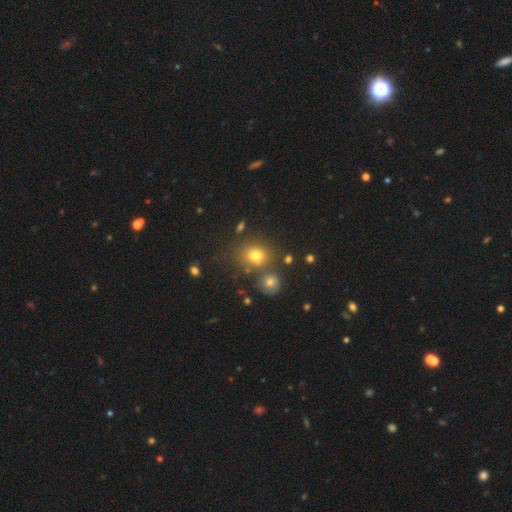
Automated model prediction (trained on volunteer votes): A smooth galaxy with no disk features (73%) that is round (69%).

Vote fractions:
- Smooth or featured? smooth: 73% / star or artifact: 17% / featured or disk: 10%
- How rounded? round: 69% / in between: 30% / cigar-shaped: 1%
- Merging? none: 69% / merger: 16% / minor disturbance: 11% / major disturbance: 4%